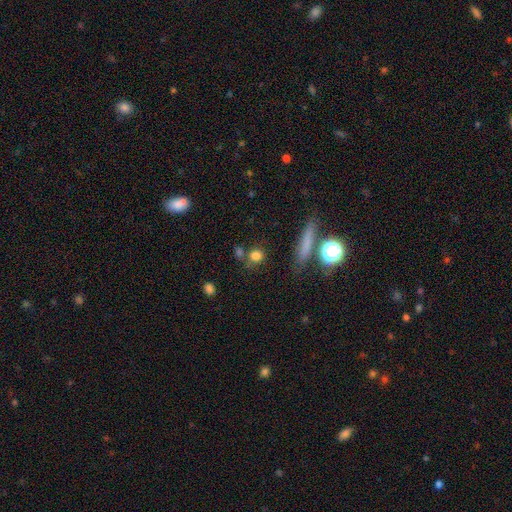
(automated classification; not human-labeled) Smooth or featured? Predicted: smooth (p=0.78). How rounded? Predicted: round (p=0.75). Merging? Predicted: none (p=0.67).